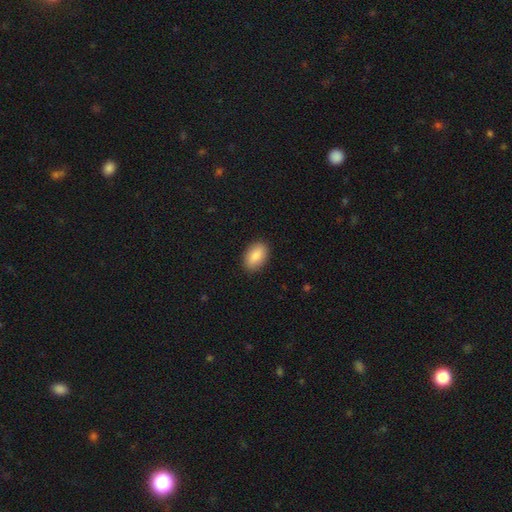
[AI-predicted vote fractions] The model was most divided on "smooth or featured": smooth: 87%, featured or disk: 7%, star or artifact: 6%. More confident: how rounded — in between (93%); merging — none (89%).